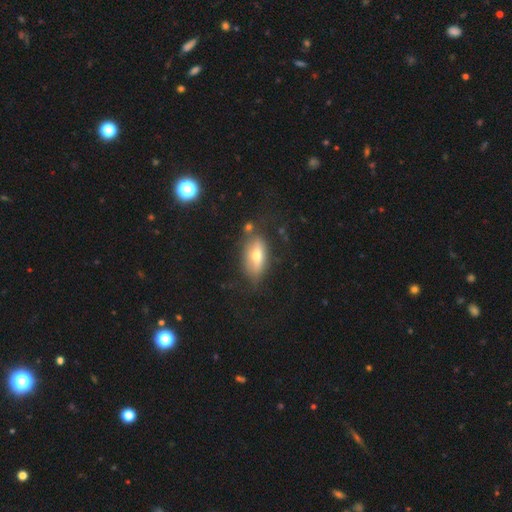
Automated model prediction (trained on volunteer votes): A smooth galaxy with no disk features (50%) that is in between round and cigar-shaped (78%). Merging: none (62%).